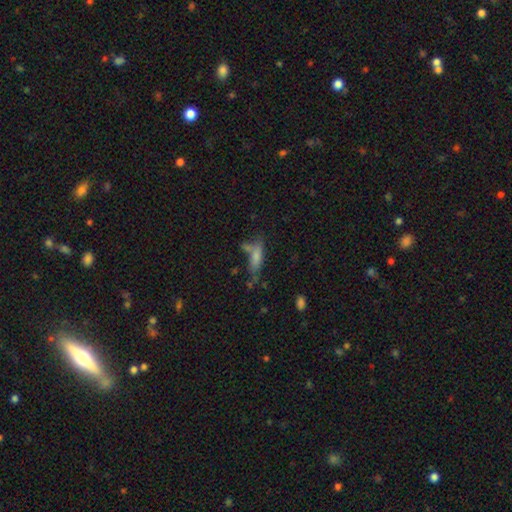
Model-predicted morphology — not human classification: Smooth or featured?
  - smooth: 72% *
  - featured or disk: 18%
  - star or artifact: 10%
How rounded?
  - cigar-shaped: 51% *
  - in between: 46%
  - round: 3%
Merging?
  - none: 46% *
  - merger: 23%
  - minor disturbance: 21%
  - major disturbance: 11%